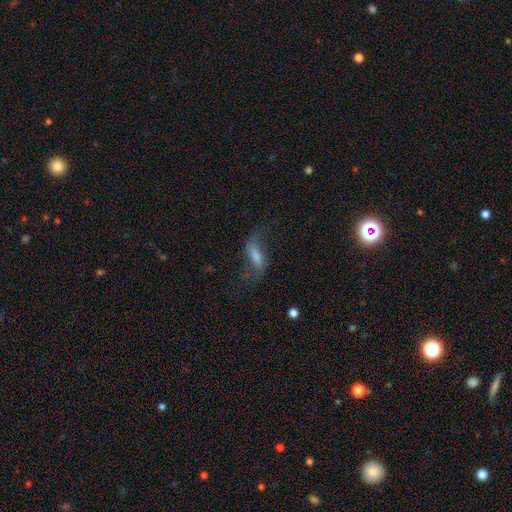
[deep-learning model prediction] Smooth or featured? Predicted: featured or disk (p=0.65). Edge-on disk? Predicted: no (p=0.87). Bar? Predicted: weak (p=0.45). Spiral arms? Predicted: yes (p=0.87). Bulge size? Predicted: moderate (p=0.40). Merging? Predicted: none (p=0.63).